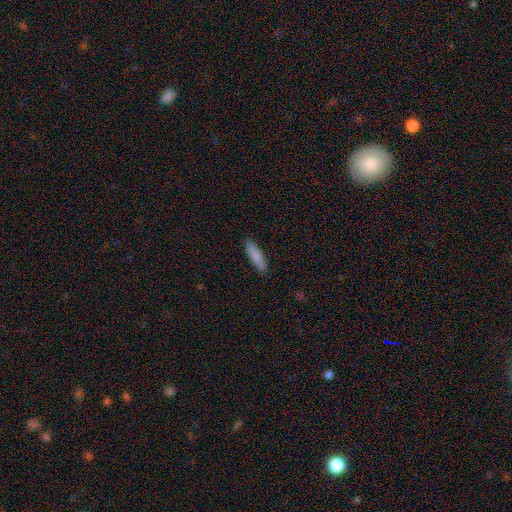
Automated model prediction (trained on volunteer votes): Smooth or featured? Predicted: smooth (p=0.86). How rounded? Predicted: cigar-shaped (p=0.68). Merging? Predicted: none (p=0.89).